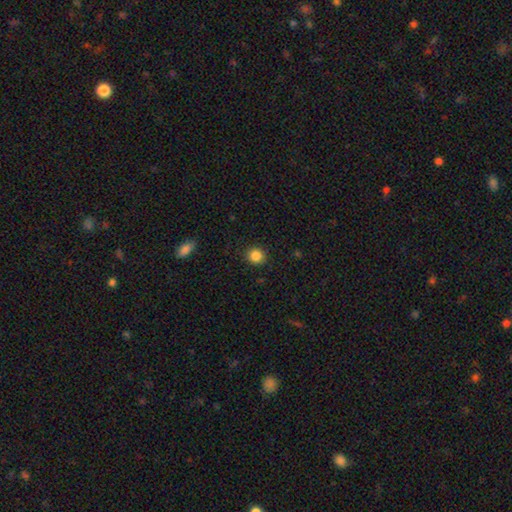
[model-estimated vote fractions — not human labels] Smooth or featured? smooth (86%)
How rounded? round (89%)
Merging? none (90%)